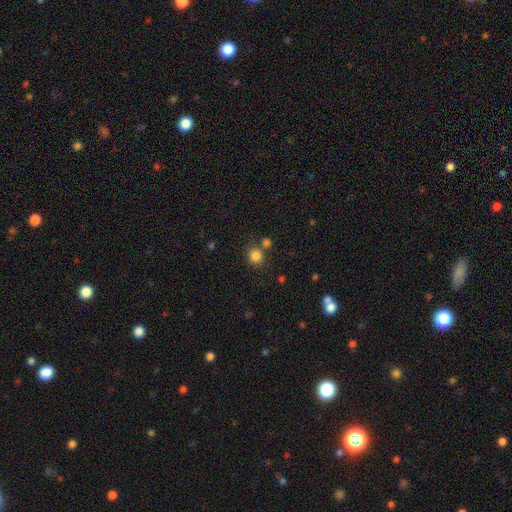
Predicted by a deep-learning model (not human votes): smooth 83%, star or artifact 12%, featured or disk 5%. Down the decision tree: how rounded — round (87%); merging — none (71%).